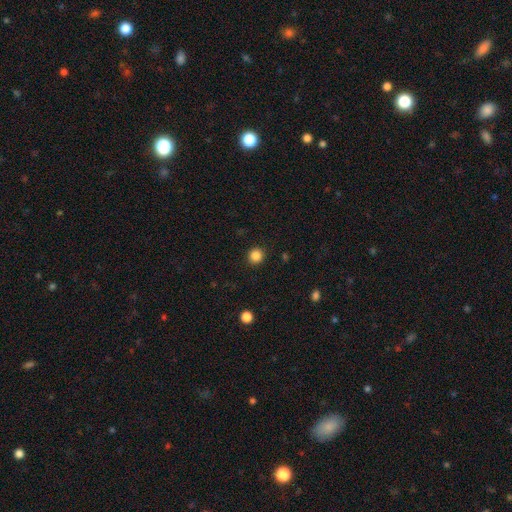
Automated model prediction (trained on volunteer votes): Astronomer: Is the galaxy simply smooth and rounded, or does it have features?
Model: smooth — 86%.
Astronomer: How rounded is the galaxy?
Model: round — 93%.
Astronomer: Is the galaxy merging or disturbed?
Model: none — 92%.